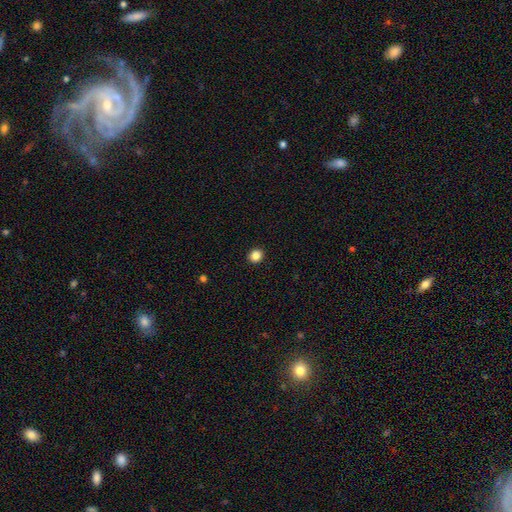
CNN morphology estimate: A smooth galaxy with no disk features (86%) that is round (83%). Merging: none (93%).